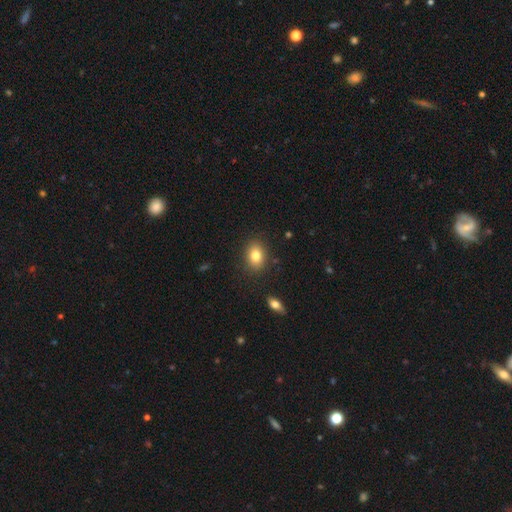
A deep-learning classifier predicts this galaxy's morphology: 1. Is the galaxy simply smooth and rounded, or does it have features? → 82% smooth, 9% star or artifact, 9% featured or disk.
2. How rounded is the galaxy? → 71% in between, 28% round, 1% cigar-shaped.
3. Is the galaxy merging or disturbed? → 86% none, 9% minor disturbance, 2% major disturbance, 2% merger.